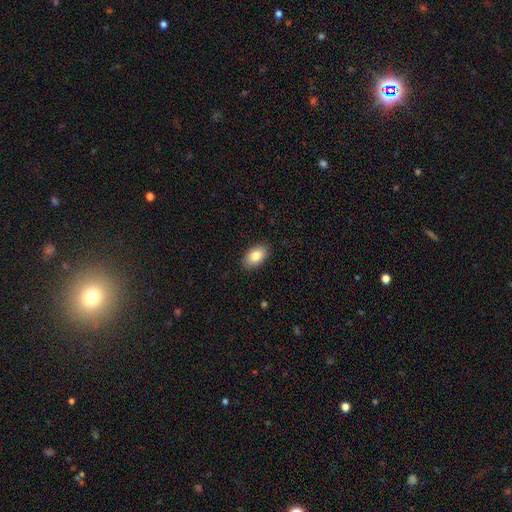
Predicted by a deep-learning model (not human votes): Smooth or featured? smooth (83%)
How rounded? in between (92%)
Merging? none (88%)